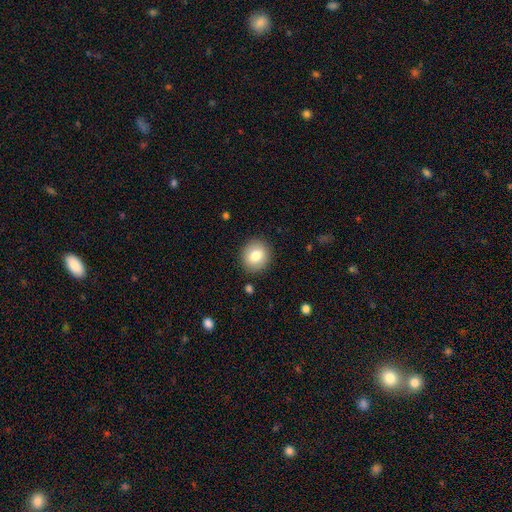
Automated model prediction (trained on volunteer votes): Smooth or featured: smooth — 81% (featured or disk — 11%)
How rounded: round — 77% (in between — 22%)
Merging: none — 89% (minor disturbance — 8%)